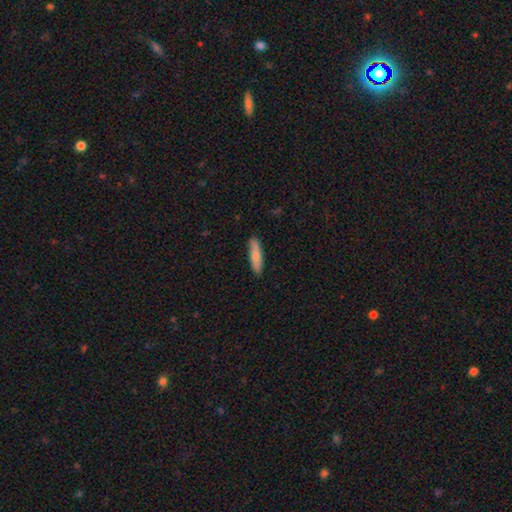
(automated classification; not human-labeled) smooth_or_featured: smooth (p=0.78) [alt: featured or disk p=0.17]
how_rounded: cigar-shaped (p=0.77) [alt: in between p=0.22]
merging: none (p=0.85) [alt: minor disturbance p=0.11]